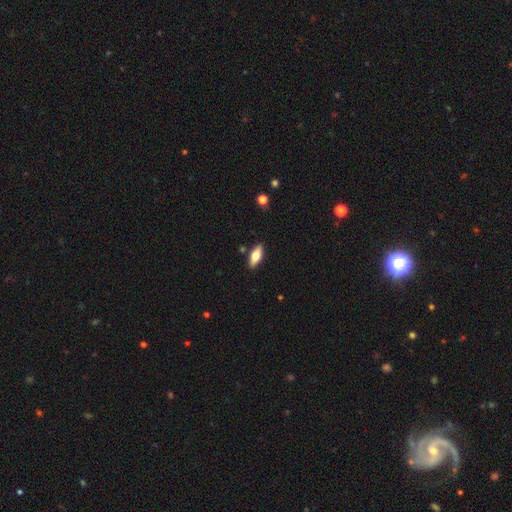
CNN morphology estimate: Q: Smooth or featured?
A: smooth (66%); runner-up: featured or disk (28%)
Q: How rounded?
A: in between (74%); runner-up: cigar-shaped (24%)
Q: Merging?
A: none (86%); runner-up: minor disturbance (9%)